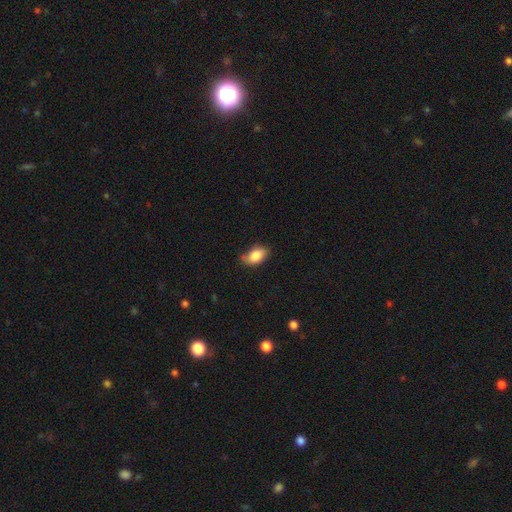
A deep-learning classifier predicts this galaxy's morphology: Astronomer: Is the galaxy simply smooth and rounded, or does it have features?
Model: smooth — 85%.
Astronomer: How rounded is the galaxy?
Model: in between — 91%.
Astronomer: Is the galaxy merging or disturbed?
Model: none — 70%.